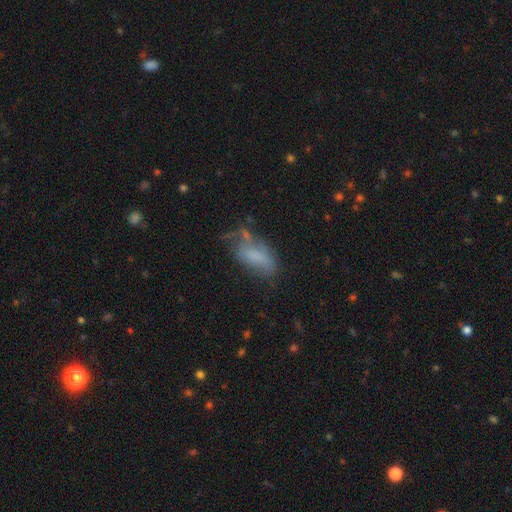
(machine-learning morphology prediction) A smooth galaxy with no disk features (62%) that is in between round and cigar-shaped (88%).

Vote fractions:
- Smooth or featured? smooth: 62% / featured or disk: 27% / star or artifact: 11%
- How rounded? in between: 88% / cigar-shaped: 8% / round: 3%
- Merging? none: 32% / minor disturbance: 31% / major disturbance: 30% / merger: 7%